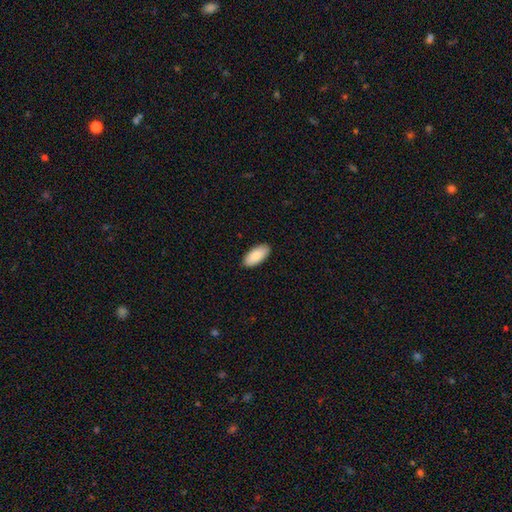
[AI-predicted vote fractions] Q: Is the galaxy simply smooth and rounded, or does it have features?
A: smooth — 89%.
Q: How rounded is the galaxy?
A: in between — 92%.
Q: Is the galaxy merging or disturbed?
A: none — 90%.